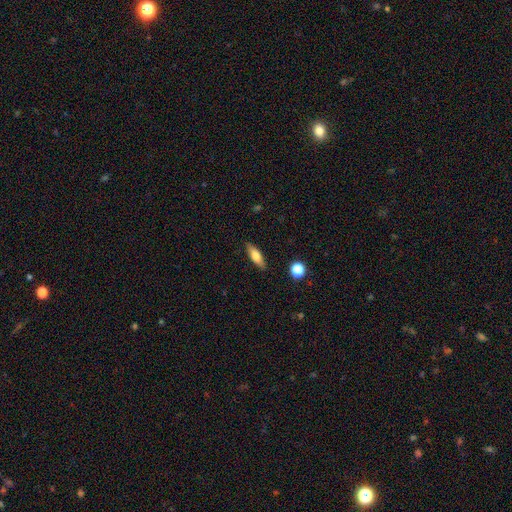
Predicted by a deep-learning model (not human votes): This is likely a smooth galaxy (70%). How rounded: possibly in between (54%). Merging: clearly none (87%).